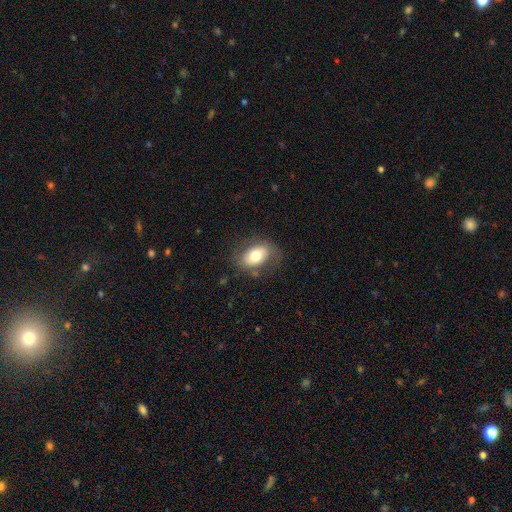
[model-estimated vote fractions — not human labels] The model was most divided on "smooth or featured": smooth: 69%, featured or disk: 24%, star or artifact: 7%. More confident: how rounded — in between (85%); merging — none (73%).